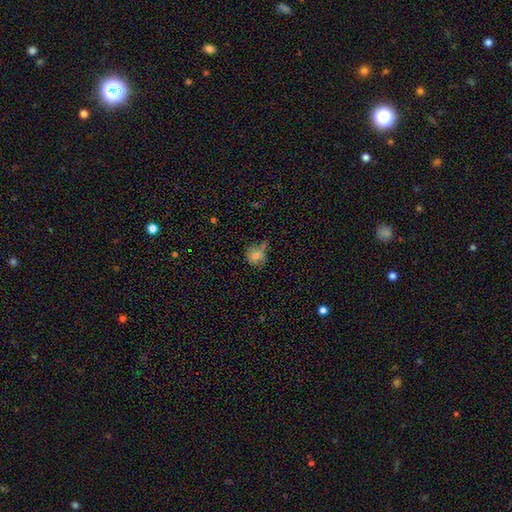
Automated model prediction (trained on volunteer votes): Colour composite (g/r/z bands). It shows a smooth galaxy with no disk features (70%) that is round (75%). Merging: none (52%).